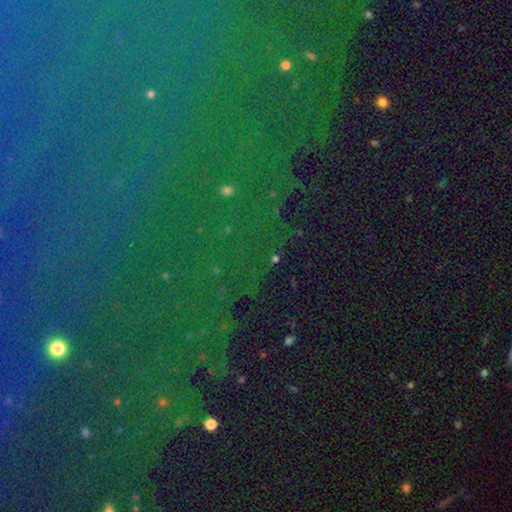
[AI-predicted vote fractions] Morphology: type=star or artifact (84%).